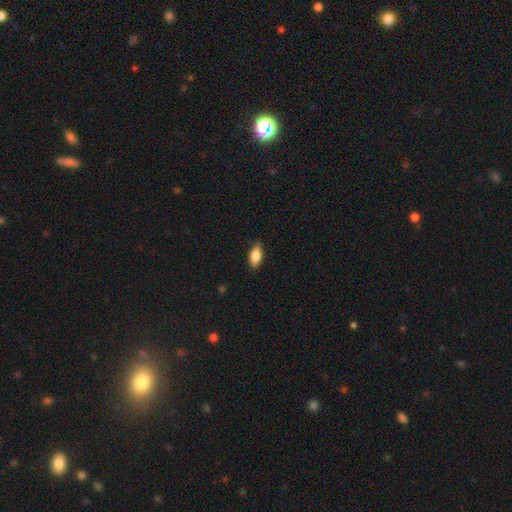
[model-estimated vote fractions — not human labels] This appears to be a smooth galaxy with no disk features (80%) that is in between round and cigar-shaped (85%). Merging: none (87%).